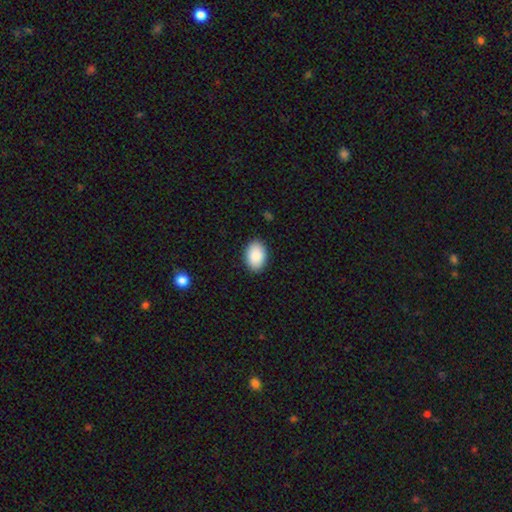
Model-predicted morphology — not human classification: smooth-or-featured: smooth: 90% | star or artifact: 6% | featured or disk: 4%
  how-rounded: in between: 88% | round: 11% | cigar-shaped: 1%
  merging: none: 89% | minor disturbance: 8% | major disturbance: 2% | merger: 1%